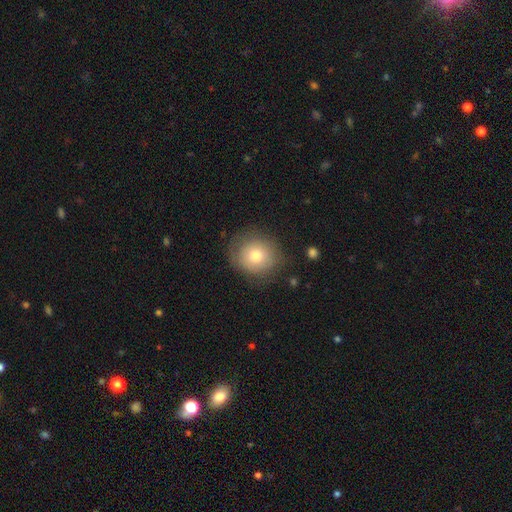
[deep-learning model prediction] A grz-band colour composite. It shows a smooth galaxy with no disk features (73%) that is round (85%). Merging: none (79%).